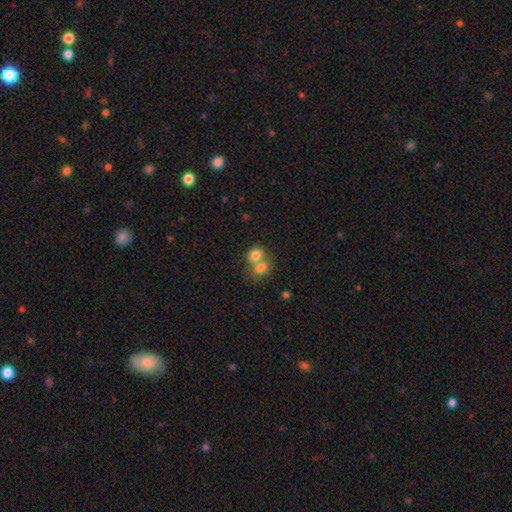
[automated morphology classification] This appears to be a smooth galaxy with no disk features (77%) that is round (58%). Merging: merger (64%).